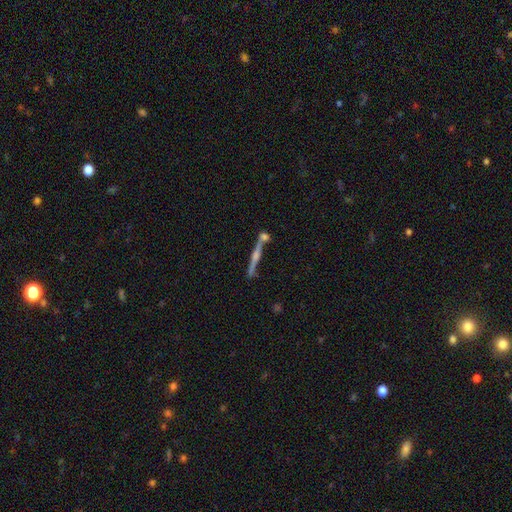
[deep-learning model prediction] Smooth or featured: featured or disk — 50% (smooth — 31%)
Merging: none — 66% (merger — 17%)